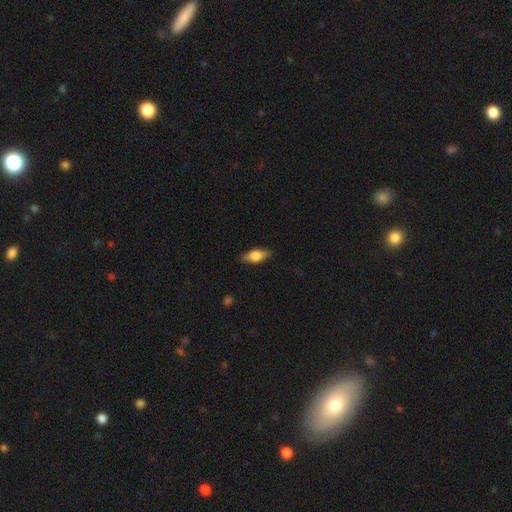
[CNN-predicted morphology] Smooth or featured? smooth (56%)
How rounded? in between (72%)
Merging? none (85%)